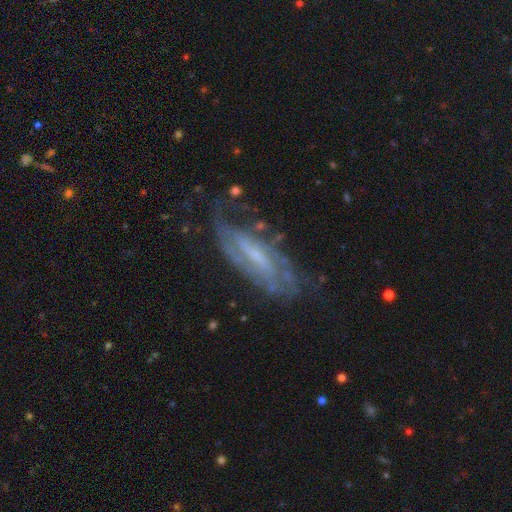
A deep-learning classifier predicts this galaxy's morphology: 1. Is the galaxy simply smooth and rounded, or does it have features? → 76% featured or disk, 17% smooth, 8% star or artifact.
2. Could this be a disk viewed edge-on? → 82% no, 18% yes.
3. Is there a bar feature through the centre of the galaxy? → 45% weak, 29% no, 26% strong.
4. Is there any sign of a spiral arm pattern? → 82% yes, 18% no.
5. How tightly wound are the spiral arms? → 47% tight, 38% medium, 15% loose.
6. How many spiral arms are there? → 47% can't tell, 34% 2, 8% 3, 6% 1, 3% 4, 3% more than 4.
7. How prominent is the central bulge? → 47% small, 27% moderate, 22% none, 3% large, 1% dominant.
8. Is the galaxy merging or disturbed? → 61% none, 23% minor disturbance, 13% major disturbance, 3% merger.